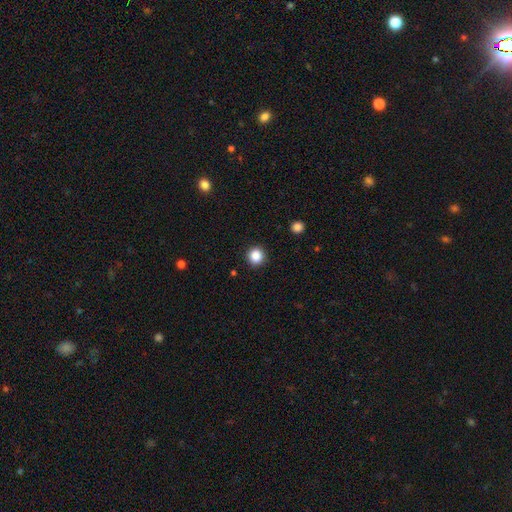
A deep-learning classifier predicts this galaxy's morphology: smooth-or-featured: smooth: 87% | star or artifact: 11% | featured or disk: 3%
  how-rounded: round: 93% | in between: 6% | cigar-shaped: 1%
  merging: none: 91% | minor disturbance: 6% | major disturbance: 2% | merger: 1%